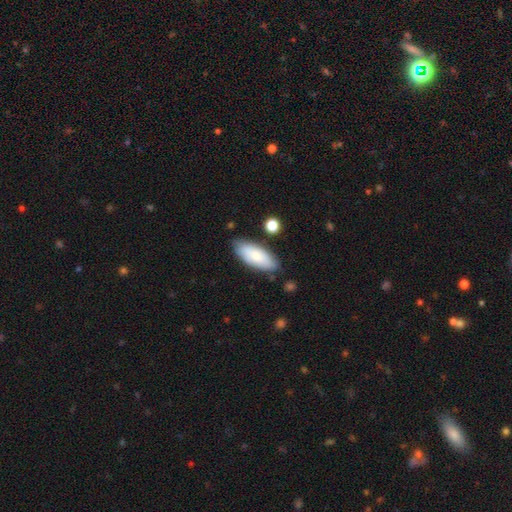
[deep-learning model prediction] Smooth or featured? smooth (72%)
How rounded? in between (83%)
Merging? none (77%)